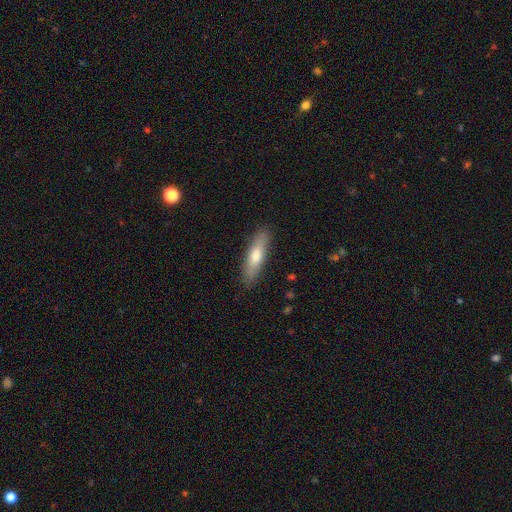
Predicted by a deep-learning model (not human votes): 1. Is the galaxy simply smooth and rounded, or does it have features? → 65% smooth, 29% featured or disk, 6% star or artifact.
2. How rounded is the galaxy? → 72% cigar-shaped, 26% in between, 2% round.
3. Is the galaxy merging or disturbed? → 88% none, 9% minor disturbance, 2% major disturbance, 1% merger.